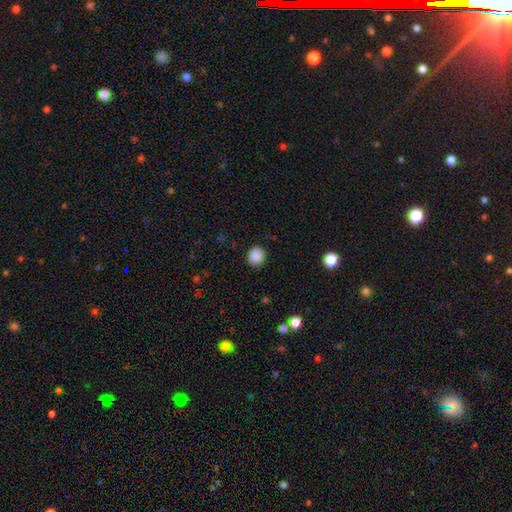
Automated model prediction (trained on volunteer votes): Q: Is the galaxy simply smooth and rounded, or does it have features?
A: smooth — 88%.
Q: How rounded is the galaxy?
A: round — 77%.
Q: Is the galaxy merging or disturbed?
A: none — 89%.